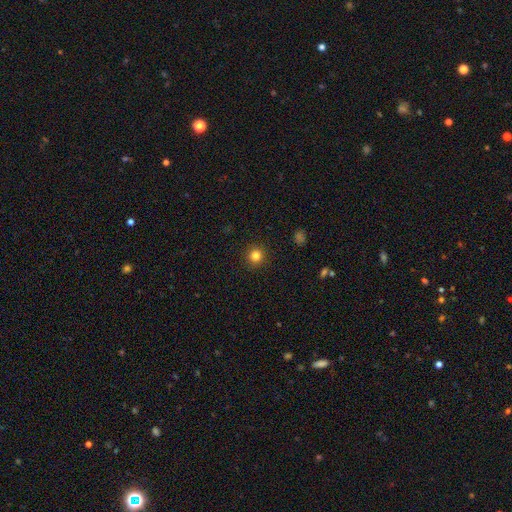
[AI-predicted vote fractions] Overall: smooth (83%). How rounded: round (95%). Merging: none (92%).